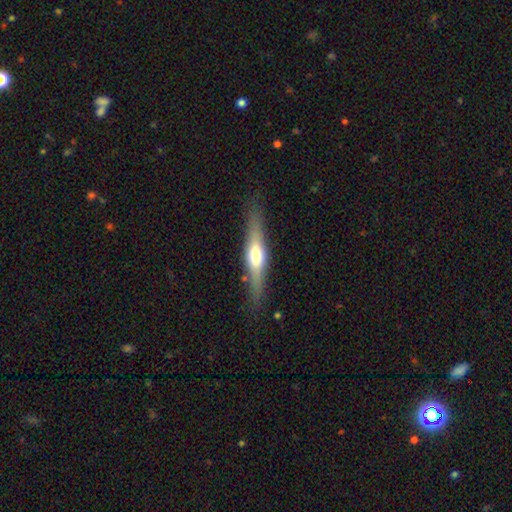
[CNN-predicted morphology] This is possibly a featured or disk galaxy (58%). It is clearly viewed edge-on (93%). Edge-on bulge: clearly rounded (85%). Merging: clearly none (84%).